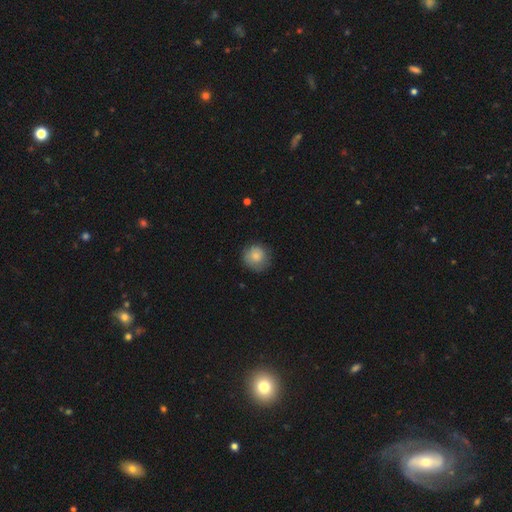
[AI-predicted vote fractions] The model was most divided on "merging": none: 78%, minor disturbance: 17%, major disturbance: 4%, merger: 1%. More confident: how rounded — round (91%); smooth or featured — smooth (82%).